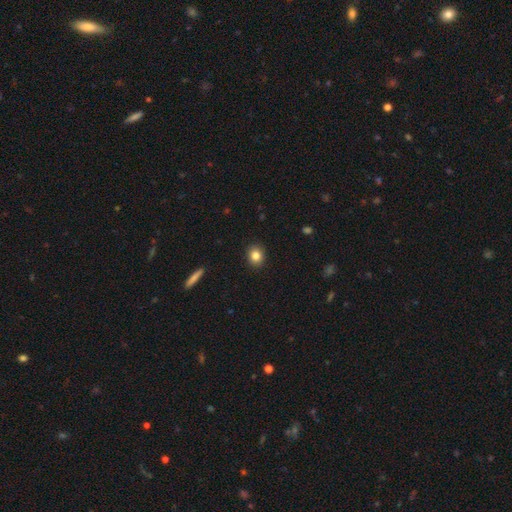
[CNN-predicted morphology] Smooth or featured? smooth (83%)
How rounded? round (69%)
Merging? none (90%)